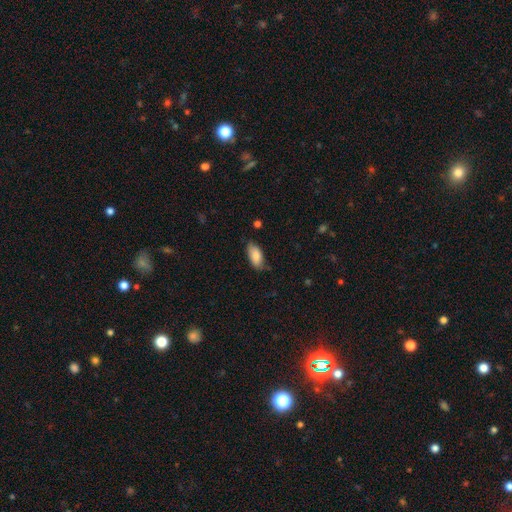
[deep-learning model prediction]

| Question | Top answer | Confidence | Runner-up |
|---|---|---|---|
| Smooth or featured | smooth | 84% | featured or disk (9%) |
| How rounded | in between | 90% | cigar-shaped (7%) |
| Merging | none | 72% | minor disturbance (23%) |